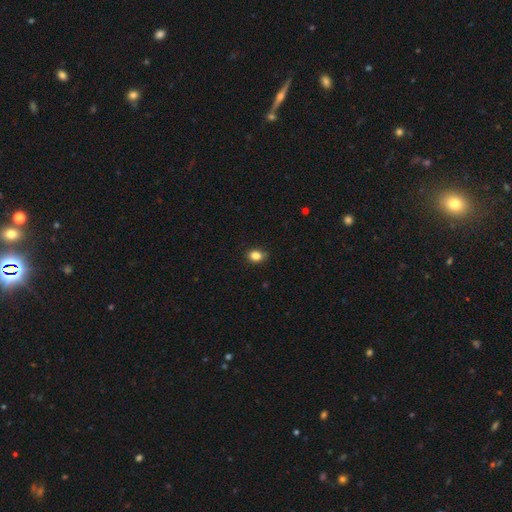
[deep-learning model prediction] The model was most divided on "how rounded": in between: 58%, round: 41%, cigar-shaped: 1%. More confident: smooth or featured — smooth (84%); merging — none (78%).